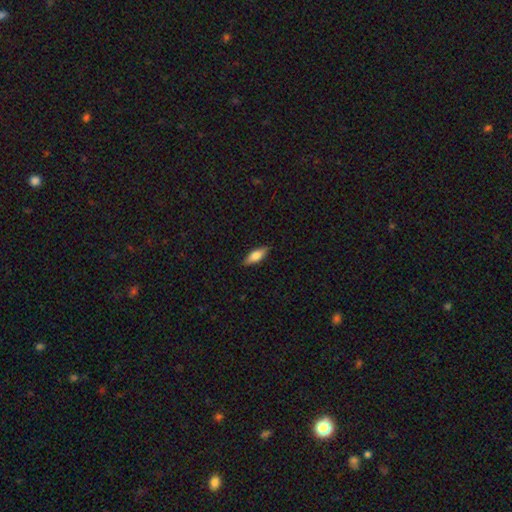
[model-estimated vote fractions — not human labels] This is likely a smooth galaxy (71%). How rounded: likely in between (62%). Merging: clearly none (87%).